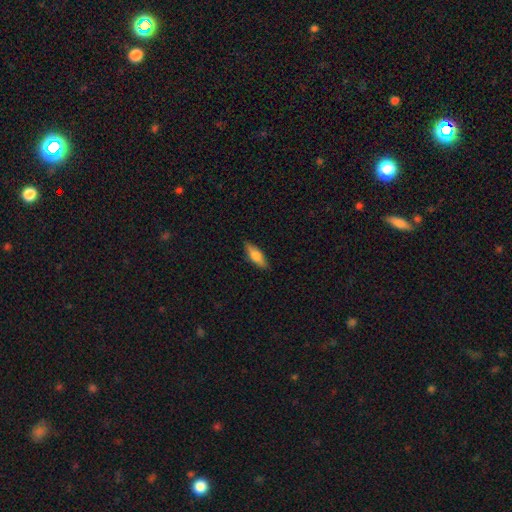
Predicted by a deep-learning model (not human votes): smooth-or-featured: smooth: 66% | featured or disk: 28% | star or artifact: 6%
  how-rounded: in between: 56% | cigar-shaped: 41% | round: 3%
  merging: none: 86% | minor disturbance: 10% | major disturbance: 2% | merger: 1%